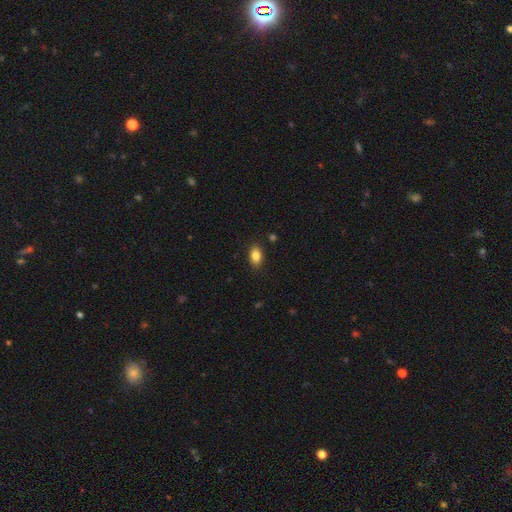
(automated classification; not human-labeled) The model was most divided on "how rounded": in between: 84%, round: 14%, cigar-shaped: 2%. More confident: merging — none (87%); smooth or featured — smooth (84%).